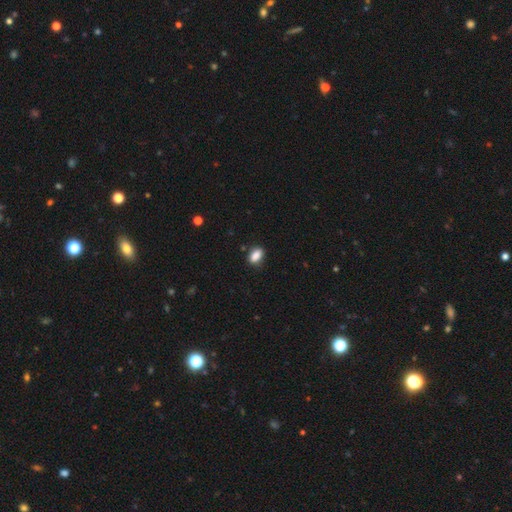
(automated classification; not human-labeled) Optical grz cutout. It shows a smooth galaxy with no disk features (88%) that is in between round and cigar-shaped (87%). Merging: none (82%).